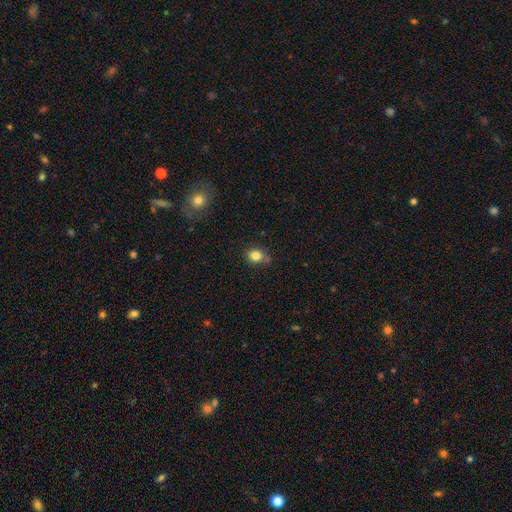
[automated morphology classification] smooth_or_featured: smooth (p=0.82) [alt: star or artifact p=0.11]
how_rounded: round (p=0.66) [alt: in between p=0.33]
merging: none (p=0.71) [alt: minor disturbance p=0.18]